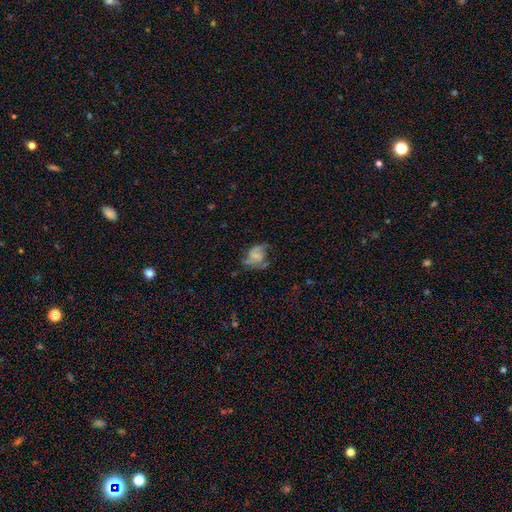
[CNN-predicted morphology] smooth_or_featured: featured or disk (p=0.55) [alt: smooth p=0.34]
disk_edge_on: no (p=0.98) [alt: yes p=0.02]
bar: no (p=0.56) [alt: weak p=0.35]
has_spiral_arms: yes (p=0.75) [alt: no p=0.25]
bulge_size: small (p=0.40) [alt: none p=0.34]
merging: none (p=0.39) [alt: major disturbance p=0.30]